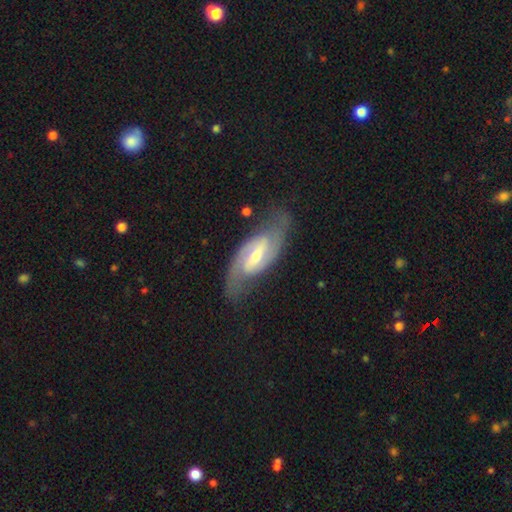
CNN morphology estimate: Overall: featured or disk (87%). Edge-on disk: no (94%). Bar: weak (45%; strong 41%). Spiral arms: yes (96%). Spiral arm count: 2 (91%). Spiral winding: medium (51%; loose 25%). Bulge size: small (47%; moderate 46%). Merging: none (75%).